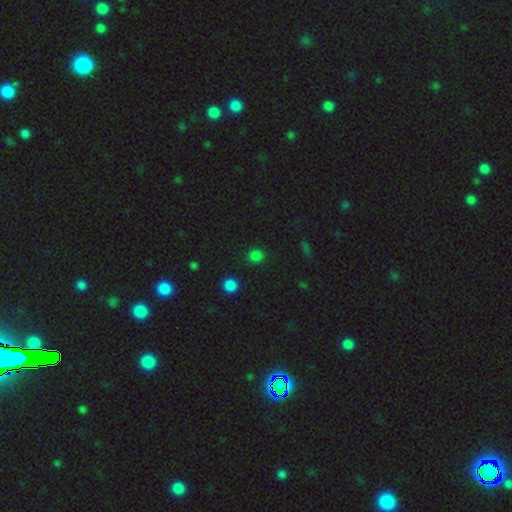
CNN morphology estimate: A smooth galaxy with no disk features (77%) that is round (84%). Merging: none (88%).